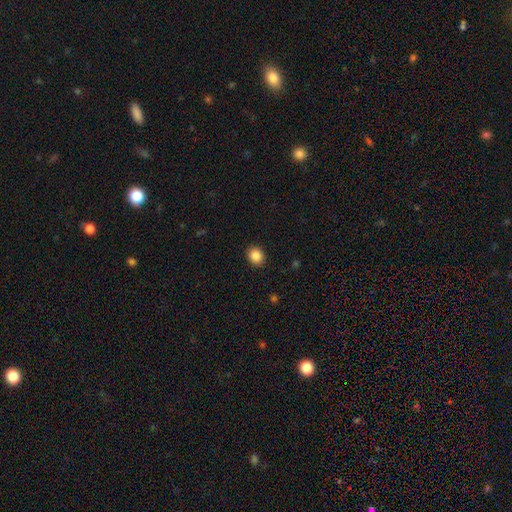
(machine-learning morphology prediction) Smooth or featured: smooth — 86% (star or artifact — 10%)
How rounded: round — 68% (in between — 31%)
Merging: none — 91% (minor disturbance — 6%)